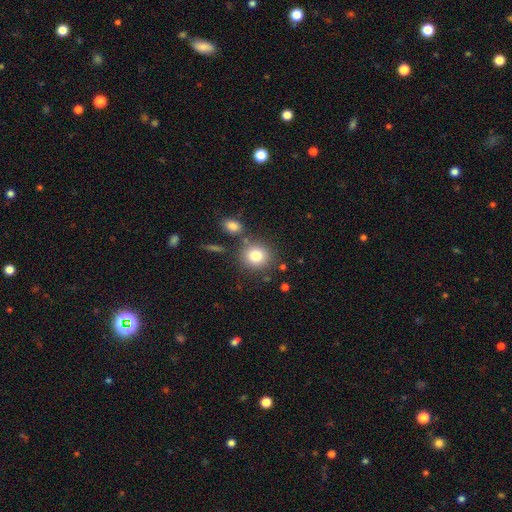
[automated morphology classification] The model was most divided on "merging": none: 76%, merger: 10%, minor disturbance: 10%, major disturbance: 4%. More confident: how rounded — round (85%); smooth or featured — smooth (80%).